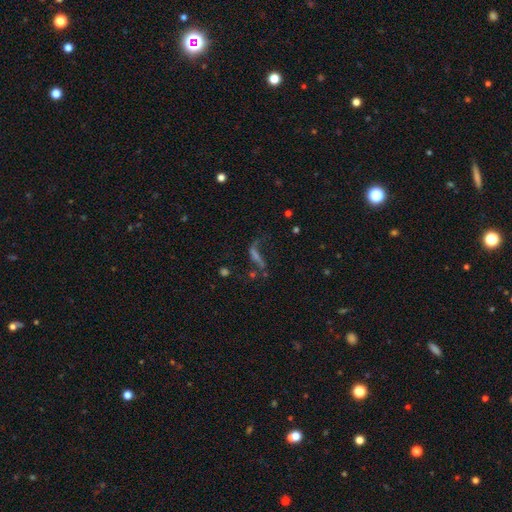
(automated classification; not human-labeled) This is possibly a featured or disk galaxy (48%). Merging: marginally none (41%).